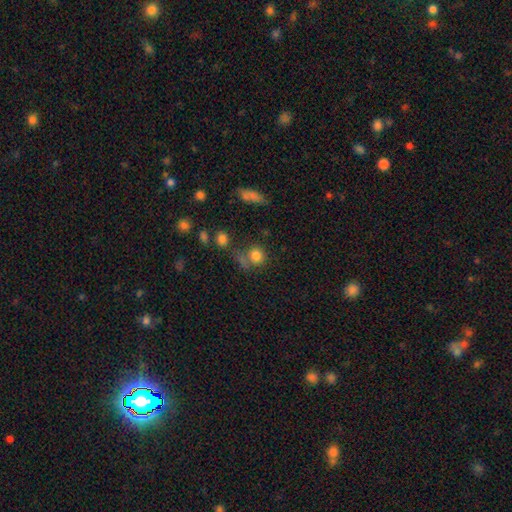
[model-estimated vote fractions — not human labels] A smooth galaxy with no disk features (80%) that is round (83%). Merging: none (58%).